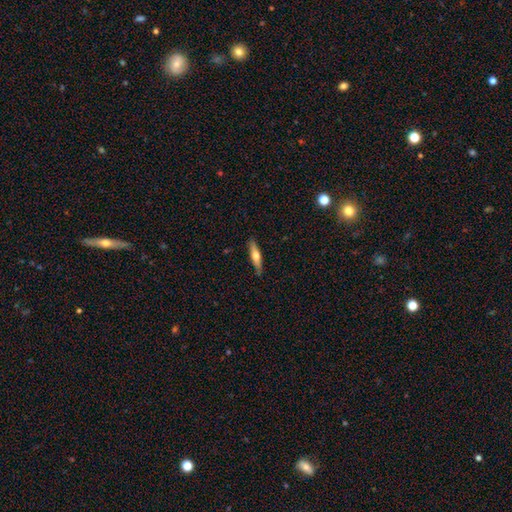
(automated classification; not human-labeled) This appears to be a smooth galaxy with no disk features (51%) that is cigar-shaped (82%). Merging: none (87%).